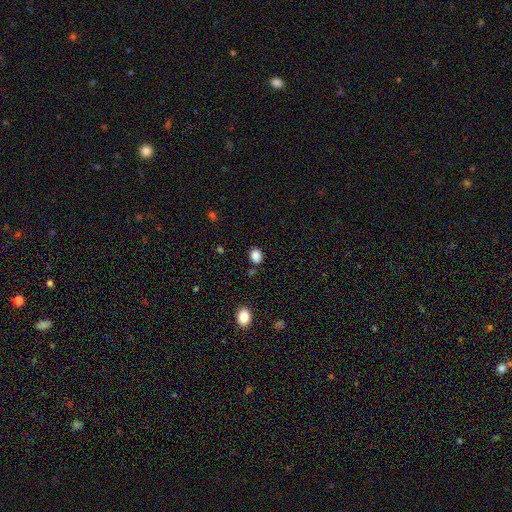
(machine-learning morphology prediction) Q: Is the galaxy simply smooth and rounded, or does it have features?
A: smooth — 86%.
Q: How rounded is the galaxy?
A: in between — 51%.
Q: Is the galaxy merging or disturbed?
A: none — 81%.